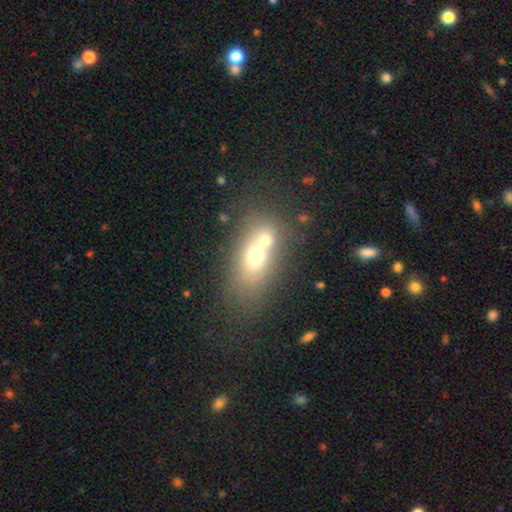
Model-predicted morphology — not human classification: Smooth or featured? smooth (60%)
How rounded? in between (69%)
Merging? merger (65%)